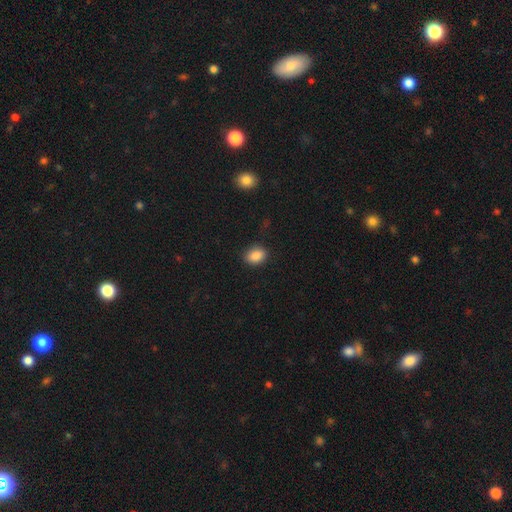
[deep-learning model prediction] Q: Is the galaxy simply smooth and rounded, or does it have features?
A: smooth — 87%.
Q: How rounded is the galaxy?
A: in between — 69%.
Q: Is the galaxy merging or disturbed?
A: none — 84%.